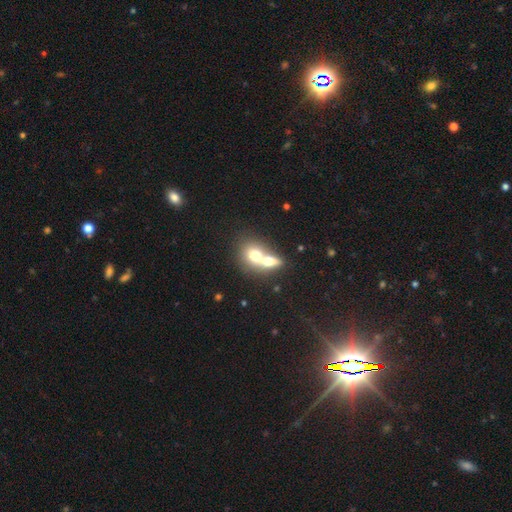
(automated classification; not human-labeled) Overall: smooth (66%; featured or disk 26%). How rounded: in between (51%; round 45%). Merging: merger (75%).